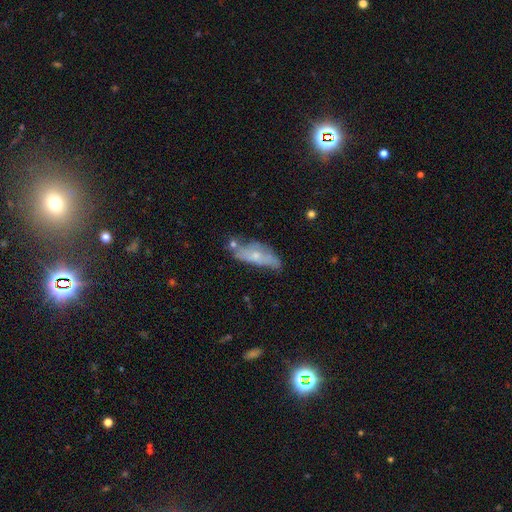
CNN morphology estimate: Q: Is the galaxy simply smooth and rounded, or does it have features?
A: smooth — 48%.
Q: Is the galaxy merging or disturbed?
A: none — 45%.